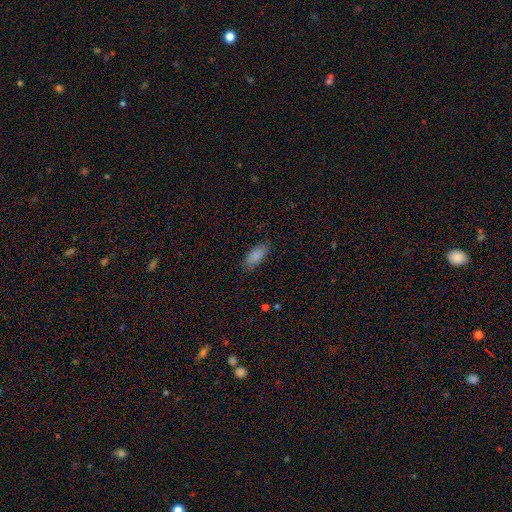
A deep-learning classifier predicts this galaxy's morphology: A smooth galaxy with no disk features (86%) that is in between round and cigar-shaped (85%).

Vote fractions:
- Smooth or featured? smooth: 86% / star or artifact: 7% / featured or disk: 6%
- How rounded? in between: 85% / cigar-shaped: 14% / round: 2%
- Merging? none: 80% / minor disturbance: 16% / major disturbance: 4% / merger: 1%